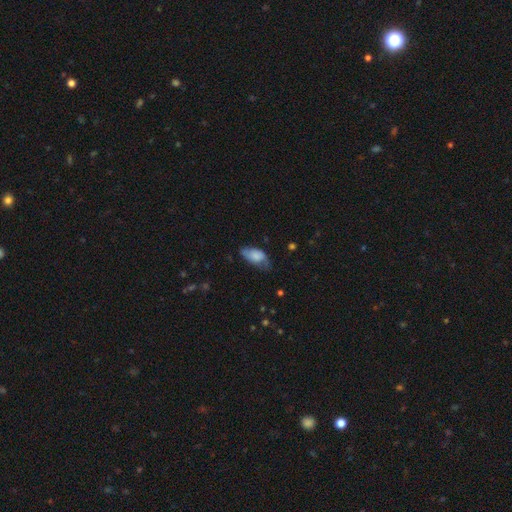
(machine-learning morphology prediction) A smooth galaxy with no disk features (64%) that is in between round and cigar-shaped (90%). Merging: none (47%).